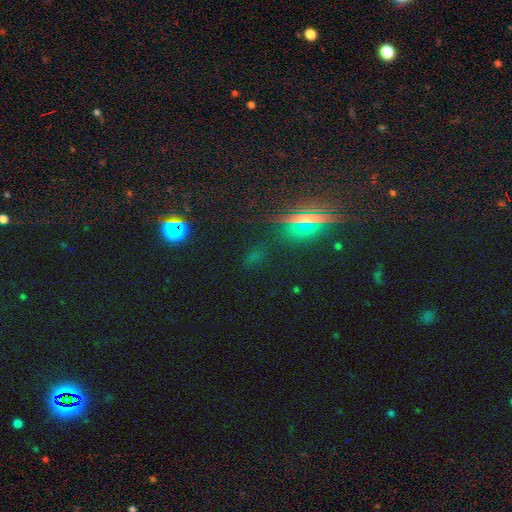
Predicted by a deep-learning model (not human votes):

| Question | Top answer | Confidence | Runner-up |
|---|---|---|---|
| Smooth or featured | star or artifact | 63% | smooth (23%) |